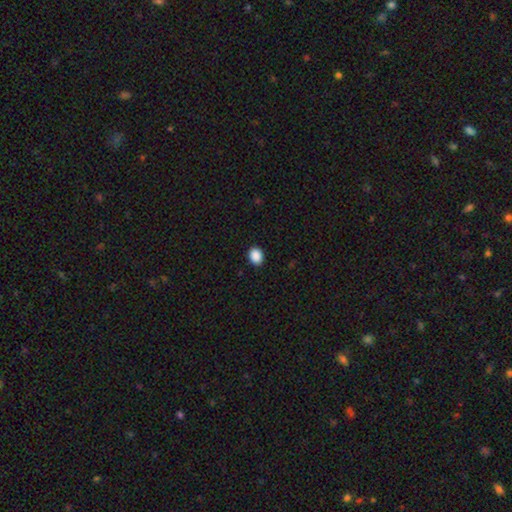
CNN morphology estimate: smooth_or_featured: smooth (p=0.89) [alt: star or artifact p=0.08]
how_rounded: round (p=0.51) [alt: in between p=0.48]
merging: none (p=0.92) [alt: minor disturbance p=0.06]